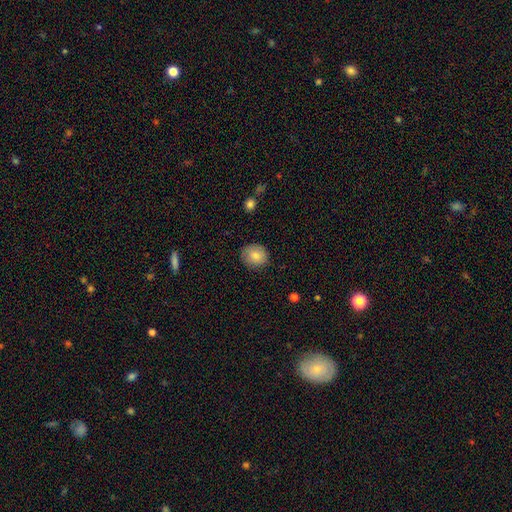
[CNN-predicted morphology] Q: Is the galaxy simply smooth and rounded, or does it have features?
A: smooth — 82%.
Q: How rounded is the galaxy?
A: round — 77%.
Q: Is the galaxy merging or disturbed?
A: none — 85%.